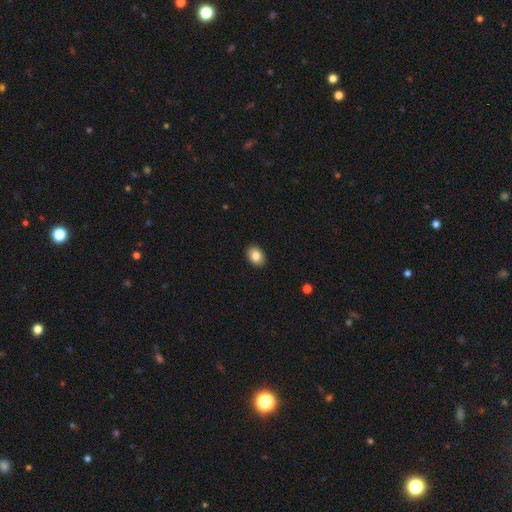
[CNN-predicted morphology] Q: Smooth or featured?
A: smooth (85%); runner-up: star or artifact (8%)
Q: How rounded?
A: in between (71%); runner-up: round (28%)
Q: Merging?
A: none (91%); runner-up: minor disturbance (7%)